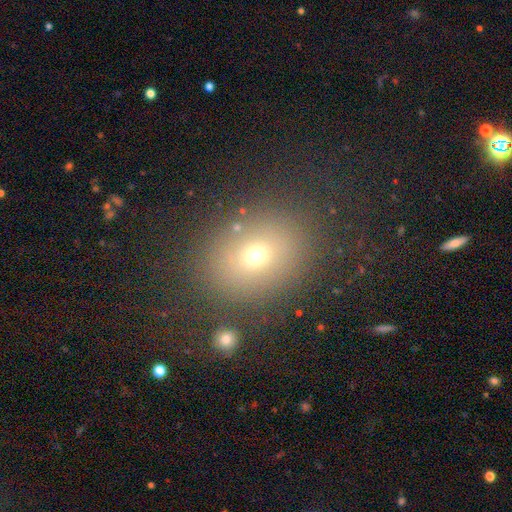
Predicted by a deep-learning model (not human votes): Smooth or featured? Predicted: smooth (p=0.66). How rounded? Predicted: round (p=0.51). Merging? Predicted: none (p=0.79).